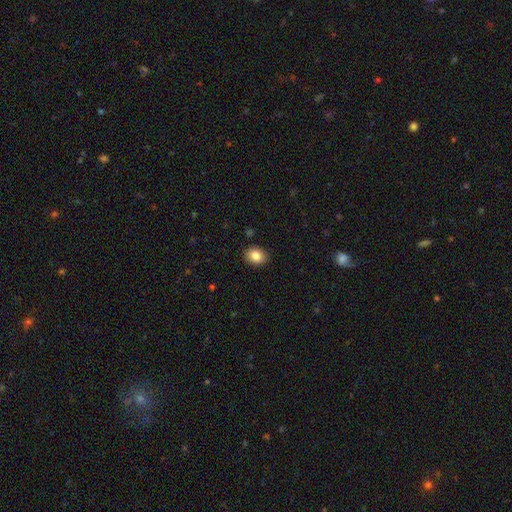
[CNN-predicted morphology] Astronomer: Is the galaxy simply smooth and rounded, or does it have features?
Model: smooth — 84%.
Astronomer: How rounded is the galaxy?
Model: in between — 57% (runner-up: round, 43%).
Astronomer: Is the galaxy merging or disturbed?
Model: none — 89%.